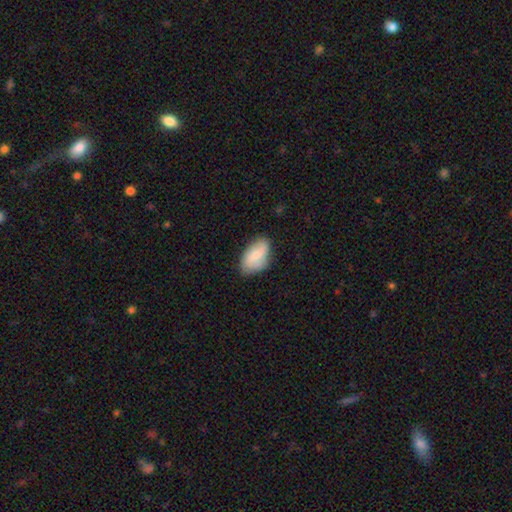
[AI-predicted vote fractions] Smooth or featured: smooth — 69% (featured or disk — 24%)
How rounded: in between — 92% (round — 5%)
Merging: none — 73% (minor disturbance — 21%)